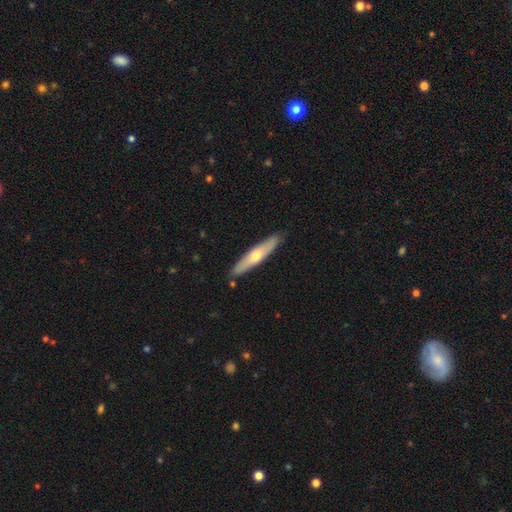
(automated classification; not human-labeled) Q: Smooth or featured?
A: featured or disk (47%); tied with: smooth (47%)
Q: Merging?
A: none (88%); runner-up: minor disturbance (9%)